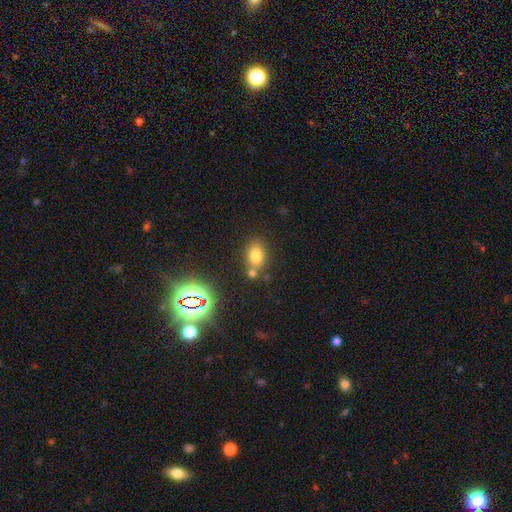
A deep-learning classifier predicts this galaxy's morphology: The model was most divided on "how rounded": in between: 71%, round: 27%, cigar-shaped: 2%. More confident: smooth or featured — smooth (76%); merging — none (65%).